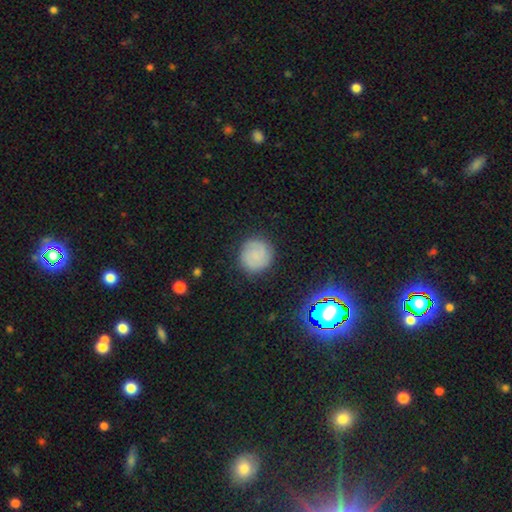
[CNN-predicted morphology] Smooth or featured? smooth (52%)
How rounded? round (91%)
Merging? none (84%)